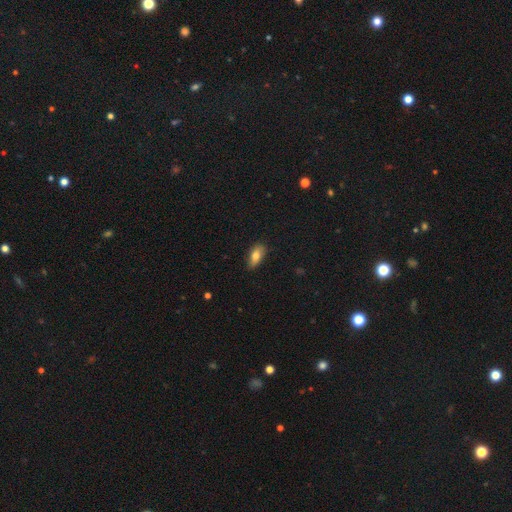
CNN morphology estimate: A smooth galaxy with no disk features (77%) that is in between round and cigar-shaped (86%). Merging: none (80%).